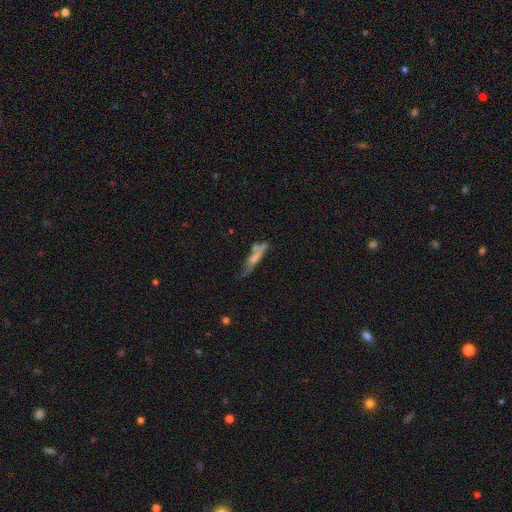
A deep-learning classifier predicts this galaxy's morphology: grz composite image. It shows a smooth galaxy with no disk features (53%) that is cigar-shaped (85%). Merging: none (45%).